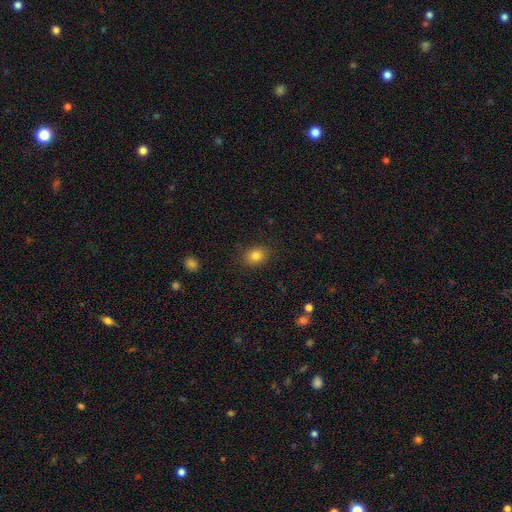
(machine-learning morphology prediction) This appears to be a smooth galaxy with no disk features (83%) that is in between round and cigar-shaped (63%). Merging: none (86%).